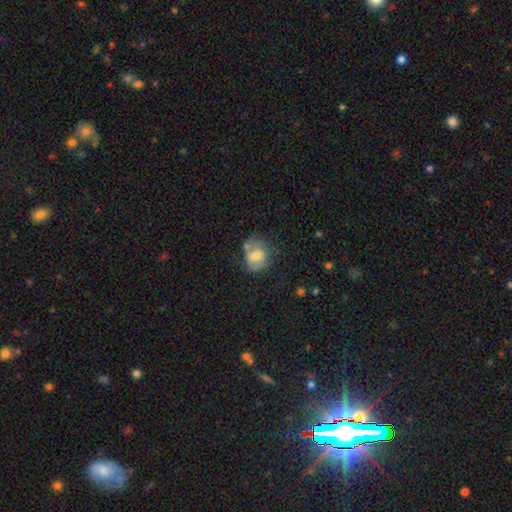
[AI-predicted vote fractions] The model was most divided on "how rounded": round: 55%, in between: 44%, cigar-shaped: 1%. Remaining: smooth or featured — smooth (53%); merging — none (43%).